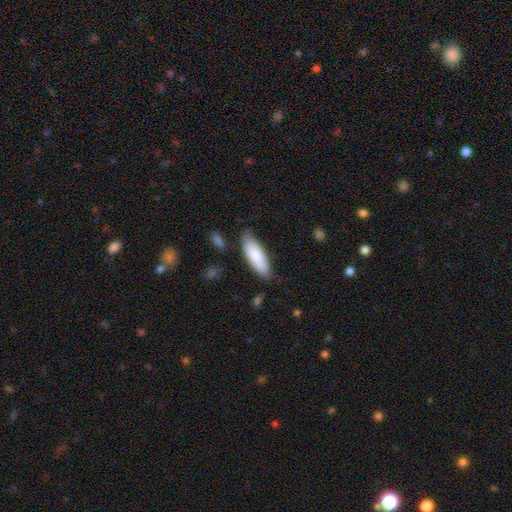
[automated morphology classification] Overall: smooth (82%). How rounded: in between (63%; cigar-shaped 36%). Merging: none (73%).